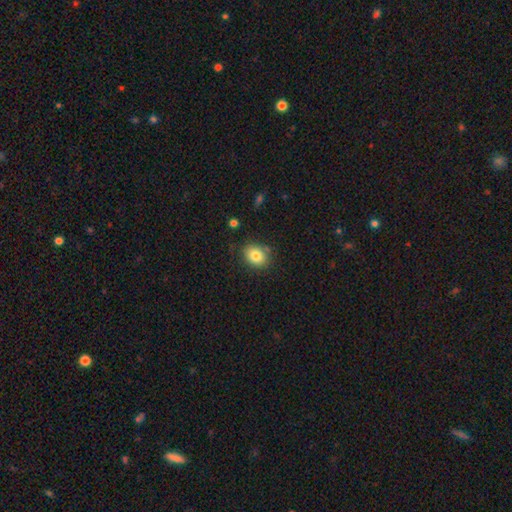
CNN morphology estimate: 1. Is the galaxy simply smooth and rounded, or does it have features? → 82% smooth, 10% star or artifact, 9% featured or disk.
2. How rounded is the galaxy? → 50% in between, 49% round, 1% cigar-shaped.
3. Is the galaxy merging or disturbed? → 81% none, 13% minor disturbance, 3% major disturbance, 3% merger.